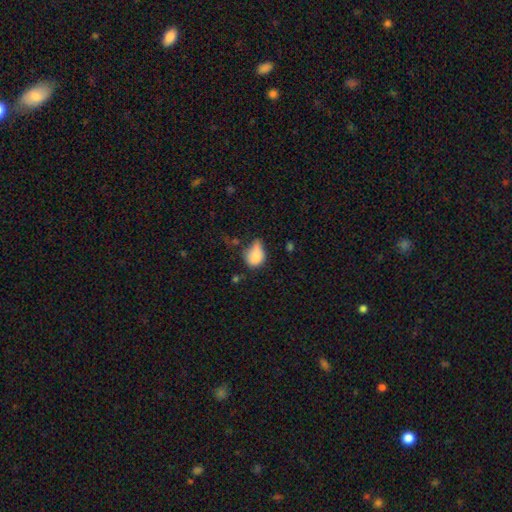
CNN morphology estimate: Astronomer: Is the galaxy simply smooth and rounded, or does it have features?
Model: smooth — 79%.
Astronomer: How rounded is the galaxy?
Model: in between — 62%.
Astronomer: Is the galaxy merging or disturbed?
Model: minor disturbance — 43% (runner-up: none, 30%).